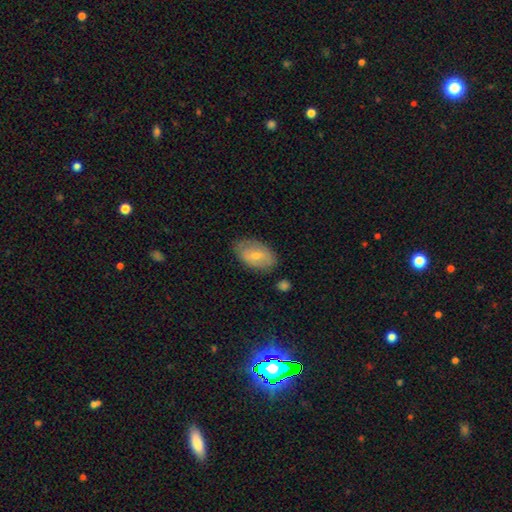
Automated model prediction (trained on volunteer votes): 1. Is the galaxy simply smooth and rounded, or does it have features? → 63% smooth, 31% featured or disk, 7% star or artifact.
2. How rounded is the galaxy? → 92% in between, 7% round, 2% cigar-shaped.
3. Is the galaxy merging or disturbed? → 77% none, 17% minor disturbance, 4% major disturbance, 2% merger.